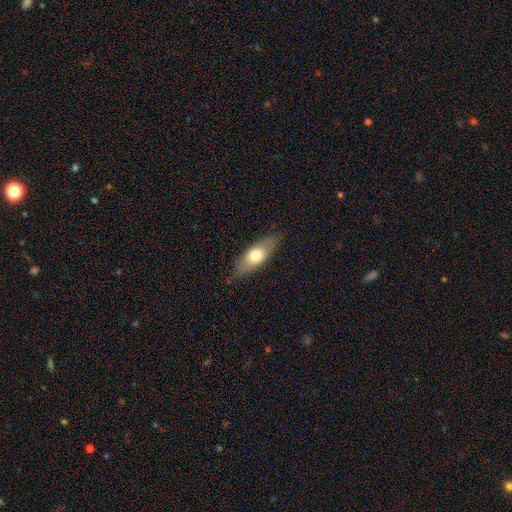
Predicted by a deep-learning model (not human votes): The model was most divided on "smooth or featured": smooth: 64%, featured or disk: 30%, star or artifact: 6%. More confident: merging — none (82%); how rounded — in between (71%).